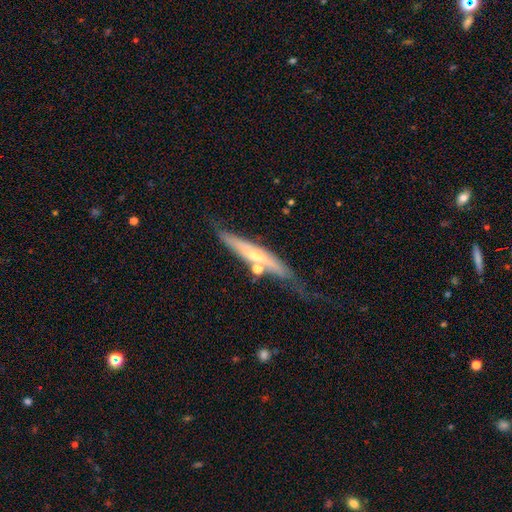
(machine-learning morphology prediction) smooth_or_featured: featured or disk (p=0.62) [alt: smooth p=0.31]
disk_edge_on: yes (p=0.84) [alt: no p=0.16]
edge_on_bulge: rounded (p=0.61) [alt: none p=0.33]
merging: none (p=0.56) [alt: minor disturbance p=0.24]